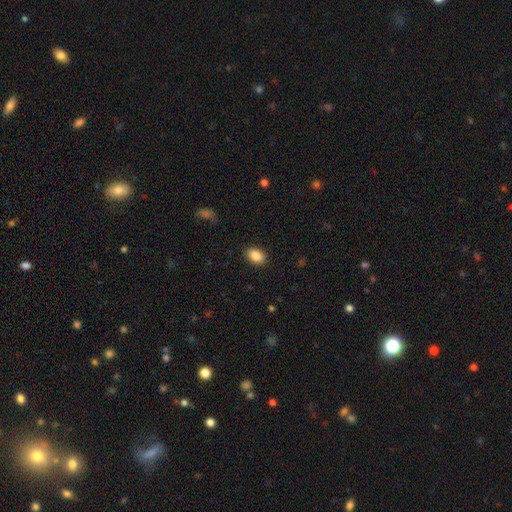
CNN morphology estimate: Smooth or featured?
  - smooth: 88% *
  - star or artifact: 8%
  - featured or disk: 4%
How rounded?
  - in between: 84% *
  - round: 14%
  - cigar-shaped: 1%
Merging?
  - none: 89% *
  - minor disturbance: 8%
  - major disturbance: 2%
  - merger: 1%